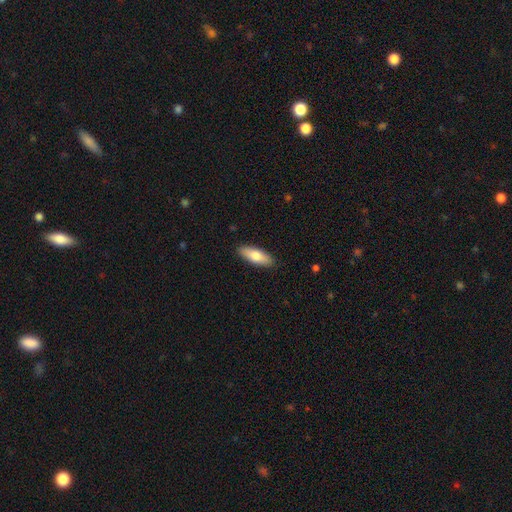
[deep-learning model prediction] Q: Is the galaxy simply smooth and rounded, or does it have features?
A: smooth — 76%.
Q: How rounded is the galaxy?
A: in between — 64%.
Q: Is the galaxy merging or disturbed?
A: none — 90%.